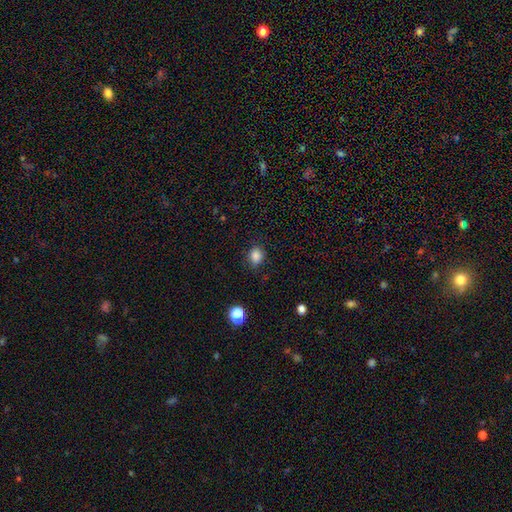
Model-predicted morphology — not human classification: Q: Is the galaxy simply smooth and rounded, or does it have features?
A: smooth — 84%.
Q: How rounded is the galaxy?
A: round — 67%.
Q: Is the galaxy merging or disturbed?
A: none — 81%.